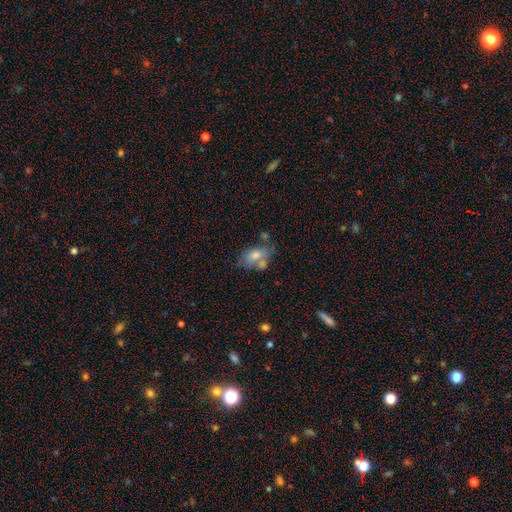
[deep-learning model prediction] This appears to be a smooth galaxy with no disk features (68%) that is in between round and cigar-shaped (88%). Merging: none (40%).